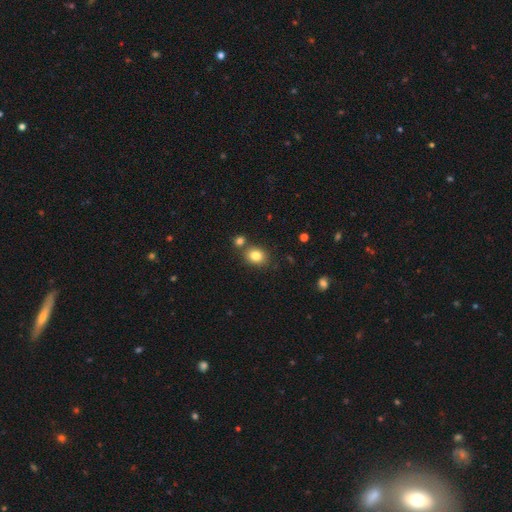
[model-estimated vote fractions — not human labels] This appears to be a smooth galaxy with no disk features (82%) that is round (56%). Merging: none (71%).